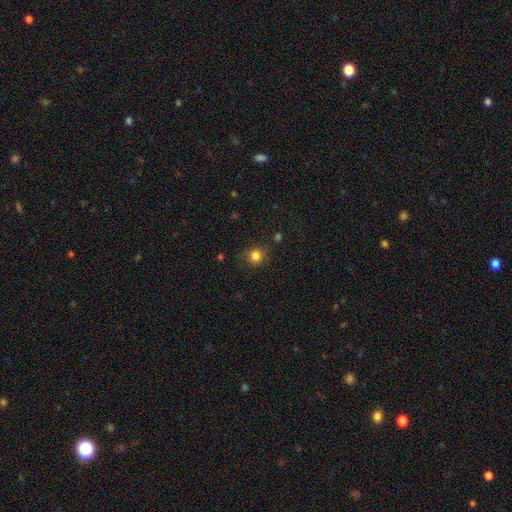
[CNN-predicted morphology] Smooth or featured?
  - smooth: 83% *
  - star or artifact: 13%
  - featured or disk: 5%
How rounded?
  - round: 86% *
  - in between: 13%
  - cigar-shaped: 1%
Merging?
  - none: 83% *
  - minor disturbance: 11%
  - major disturbance: 4%
  - merger: 2%